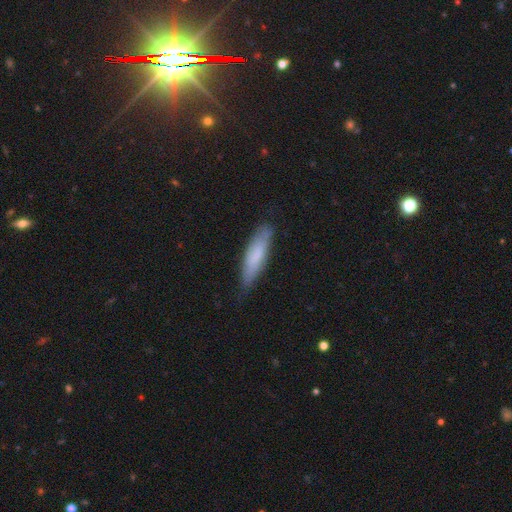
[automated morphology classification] The model was most divided on "how rounded": cigar-shaped: 69%, in between: 30%, round: 1%. More confident: merging — none (74%); smooth or featured — smooth (73%).